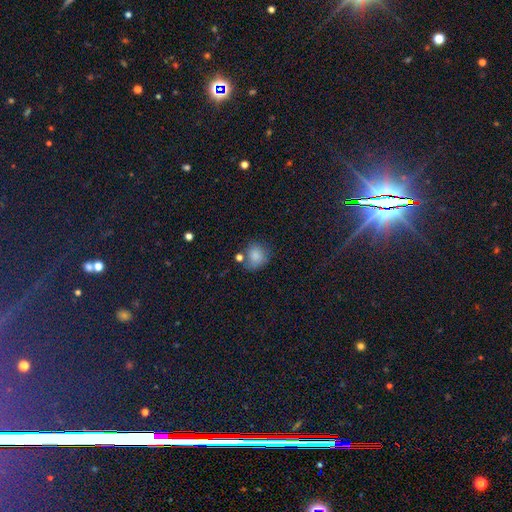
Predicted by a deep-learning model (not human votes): Smooth or featured: smooth — 82% (star or artifact — 11%)
How rounded: round — 75% (in between — 24%)
Merging: none — 62% (minor disturbance — 21%)